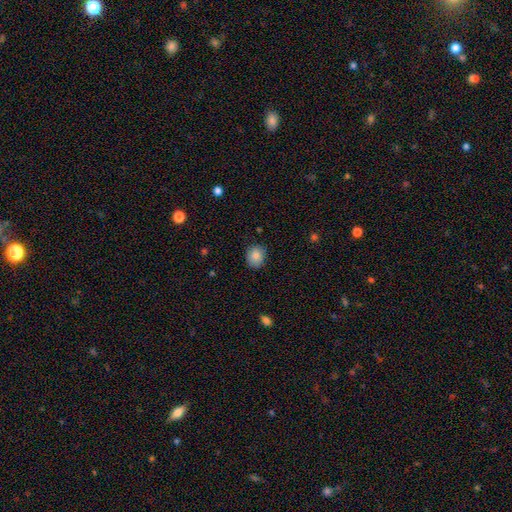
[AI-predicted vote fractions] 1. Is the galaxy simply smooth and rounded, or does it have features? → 86% smooth, 9% star or artifact, 5% featured or disk.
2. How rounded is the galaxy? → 66% round, 33% in between, 1% cigar-shaped.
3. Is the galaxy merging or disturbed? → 83% none, 13% minor disturbance, 3% major disturbance, 1% merger.